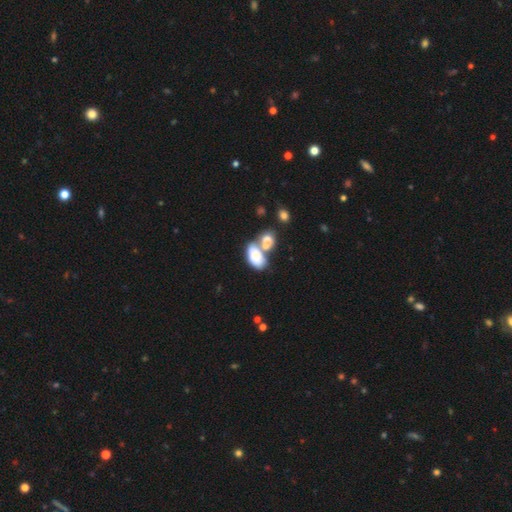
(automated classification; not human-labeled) Q: Smooth or featured?
A: smooth (74%); runner-up: featured or disk (18%)
Q: How rounded?
A: in between (93%); runner-up: round (5%)
Q: Merging?
A: merger (59%); runner-up: none (24%)